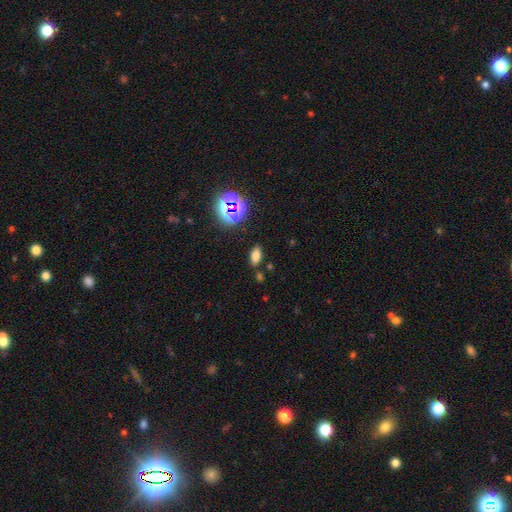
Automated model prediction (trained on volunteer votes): Smooth or featured? Predicted: smooth (p=0.71). How rounded? Predicted: in between (p=0.85). Merging? Predicted: none (p=0.84).